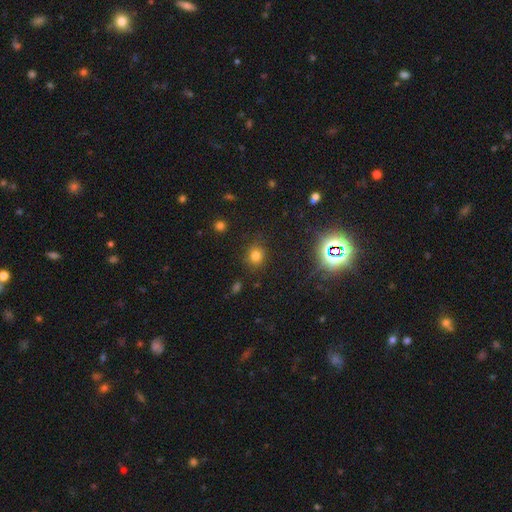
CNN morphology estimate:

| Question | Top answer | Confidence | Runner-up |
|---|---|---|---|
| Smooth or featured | smooth | 73% | star or artifact (20%) |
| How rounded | round | 77% | in between (22%) |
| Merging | none | 83% | minor disturbance (11%) |